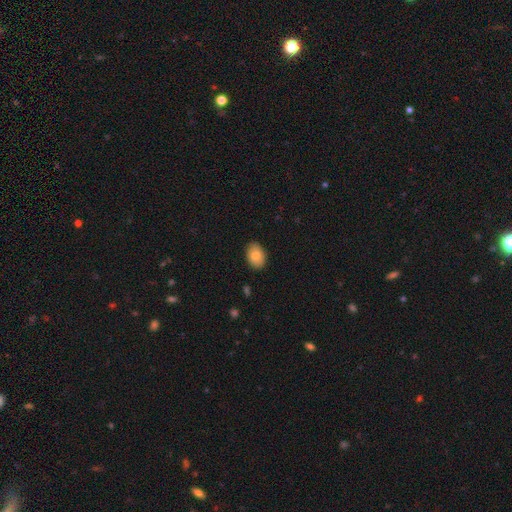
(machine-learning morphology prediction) Smooth or featured? smooth (81%)
How rounded? in between (82%)
Merging? none (88%)